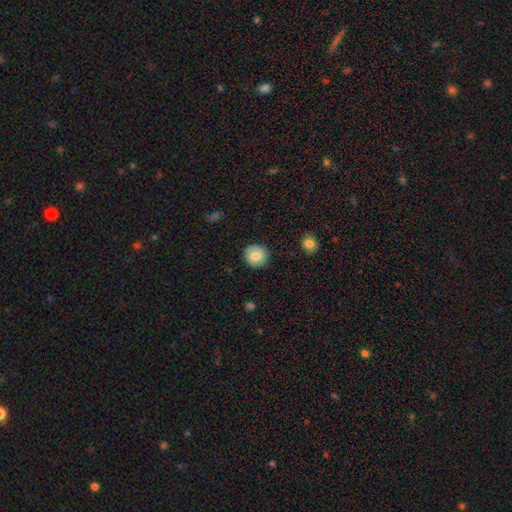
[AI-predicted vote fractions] Smooth or featured: smooth — 79% (featured or disk — 13%)
How rounded: round — 90% (in between — 9%)
Merging: none — 87% (minor disturbance — 9%)